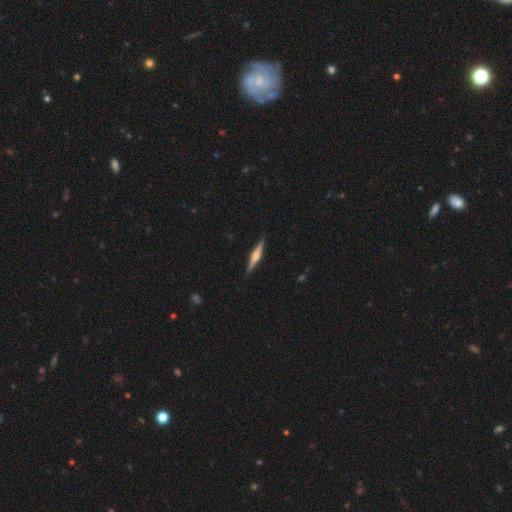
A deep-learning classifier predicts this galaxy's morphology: Q: Smooth or featured?
A: featured or disk (71%); runner-up: smooth (24%)
Q: Edge-on disk?
A: yes (98%); runner-up: no (2%)
Q: Edge-on bulge?
A: rounded (91%); runner-up: boxy (5%)
Q: Merging?
A: none (91%); runner-up: minor disturbance (7%)